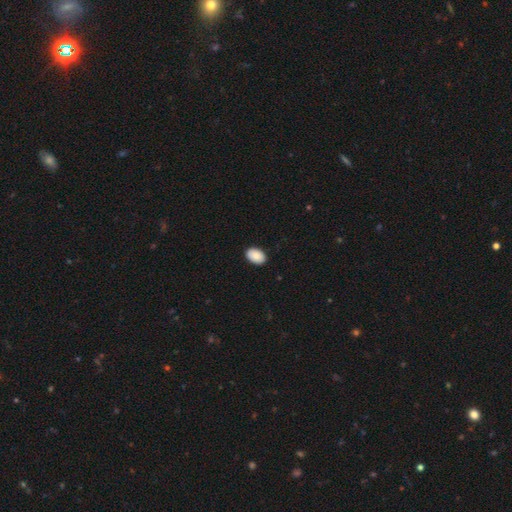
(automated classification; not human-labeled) This appears to be a smooth galaxy with no disk features (89%) that is in between round and cigar-shaped (89%). Merging: none (89%).